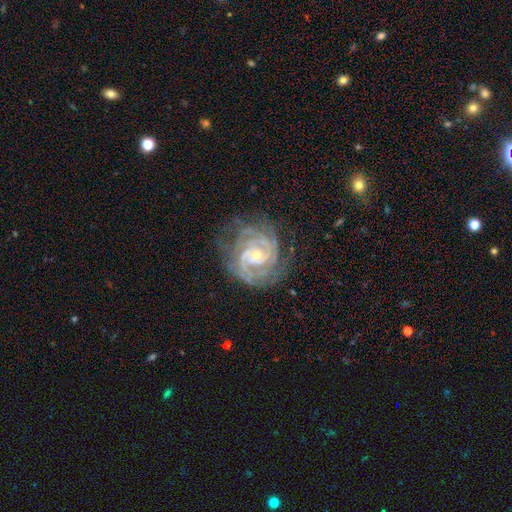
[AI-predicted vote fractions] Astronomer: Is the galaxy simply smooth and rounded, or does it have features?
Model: featured or disk — 90%.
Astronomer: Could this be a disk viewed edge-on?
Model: no — 97%.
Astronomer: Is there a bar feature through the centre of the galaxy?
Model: no — 61%.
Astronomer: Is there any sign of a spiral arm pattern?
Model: yes — 98%.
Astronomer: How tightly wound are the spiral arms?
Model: tight — 75%.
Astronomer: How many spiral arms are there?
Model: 2 — 32% (runner-up: 3, 22%).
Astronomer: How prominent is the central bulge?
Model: small — 75%.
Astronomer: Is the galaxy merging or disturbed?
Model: none — 71%.